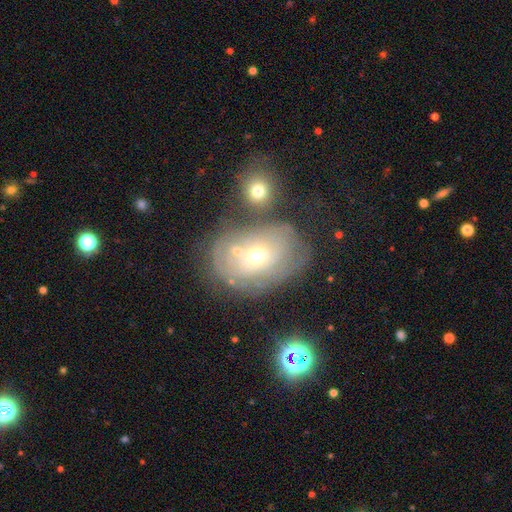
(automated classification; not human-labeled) Smooth or featured? Predicted: featured or disk (p=0.55). Edge-on disk? Predicted: no (p=0.94). Bar? Predicted: no (p=0.80). Spiral arms? Predicted: yes (p=0.54). Bulge size? Predicted: moderate (p=0.48). Merging? Predicted: none (p=0.48).